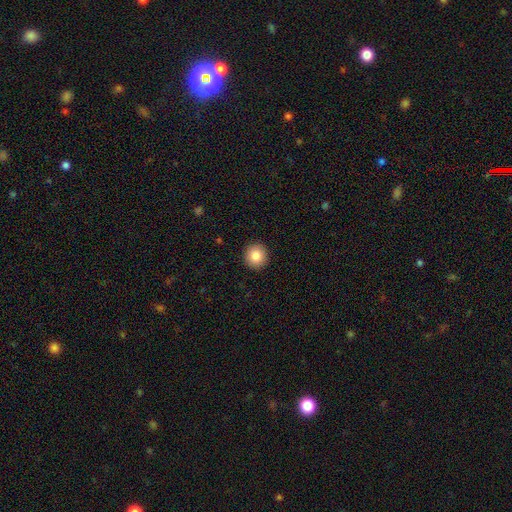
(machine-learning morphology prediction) Q: Smooth or featured?
A: smooth (85%); runner-up: star or artifact (9%)
Q: How rounded?
A: round (93%); runner-up: in between (6%)
Q: Merging?
A: none (93%); runner-up: minor disturbance (5%)